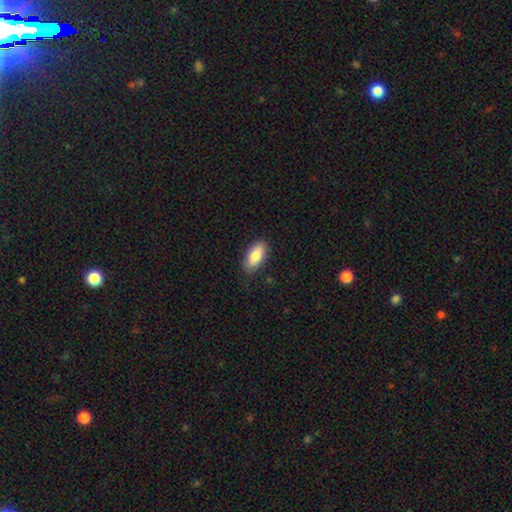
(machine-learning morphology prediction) Q: Smooth or featured?
A: smooth (82%); runner-up: featured or disk (12%)
Q: How rounded?
A: in between (88%); runner-up: cigar-shaped (9%)
Q: Merging?
A: none (86%); runner-up: minor disturbance (11%)